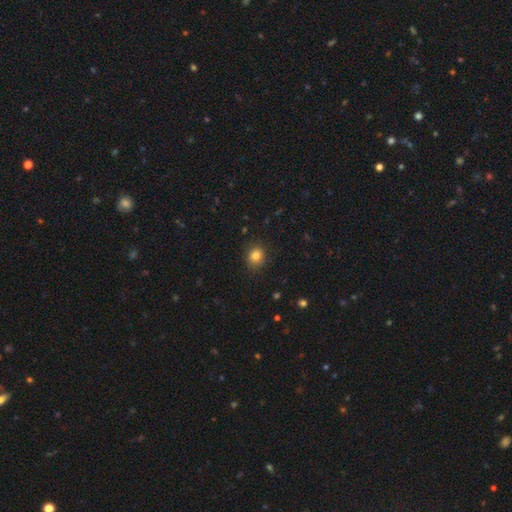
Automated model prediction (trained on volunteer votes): Smooth or featured? Predicted: smooth (p=0.83). How rounded? Predicted: round (p=0.74). Merging? Predicted: none (p=0.87).